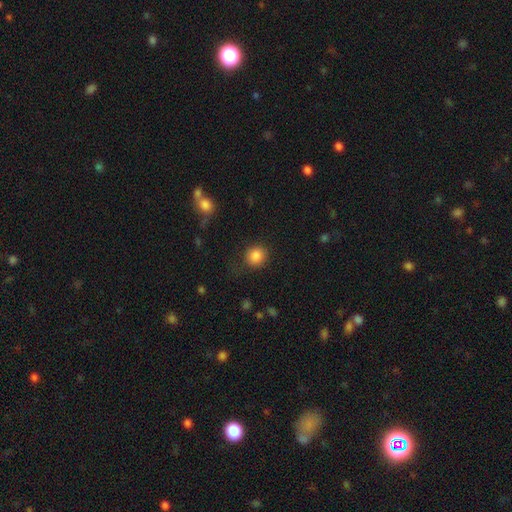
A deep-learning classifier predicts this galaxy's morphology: This is clearly a smooth galaxy (85%). How rounded: clearly round (84%). Merging: clearly none (83%).